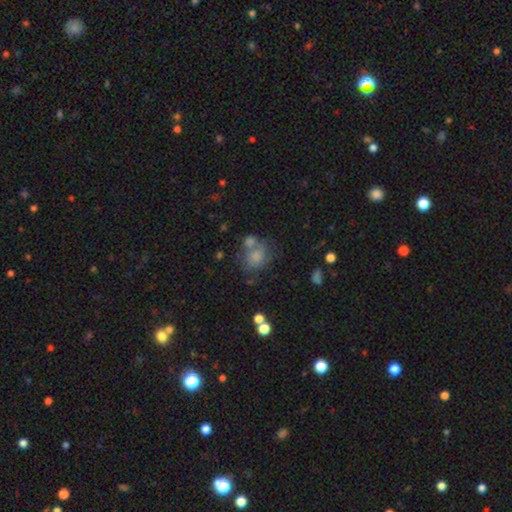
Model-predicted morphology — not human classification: smooth 67%, featured or disk 21%, star or artifact 12%. Down the decision tree: how rounded — round (53%); merging — none (39%).